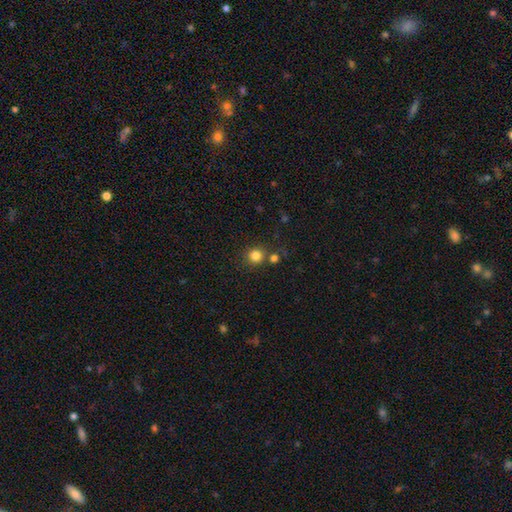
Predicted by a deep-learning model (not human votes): This is clearly a smooth galaxy (82%). How rounded: clearly round (91%). Merging: likely none (76%).